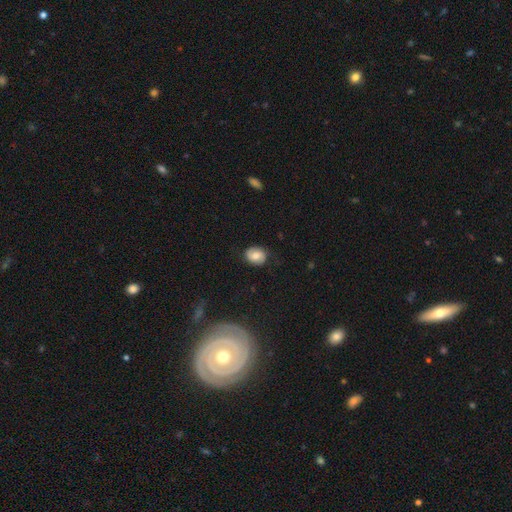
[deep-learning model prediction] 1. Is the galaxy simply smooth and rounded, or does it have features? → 62% smooth, 29% featured or disk, 8% star or artifact.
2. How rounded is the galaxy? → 53% round, 46% in between, 1% cigar-shaped.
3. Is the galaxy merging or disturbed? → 78% none, 16% minor disturbance, 4% major disturbance, 1% merger.